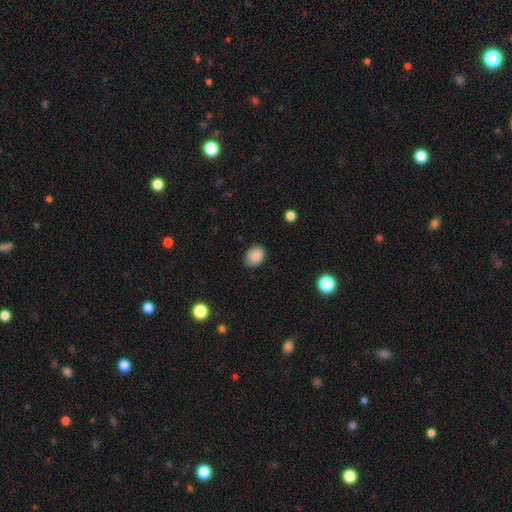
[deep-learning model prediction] Q: Smooth or featured?
A: smooth (88%); runner-up: star or artifact (8%)
Q: How rounded?
A: in between (61%); runner-up: round (38%)
Q: Merging?
A: none (78%); runner-up: minor disturbance (18%)